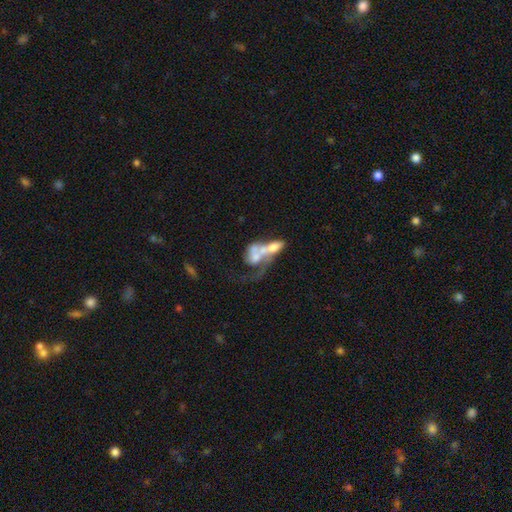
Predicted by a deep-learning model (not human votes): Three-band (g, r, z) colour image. It shows a featured or disk galaxy (53%). Merging: merger (64%).